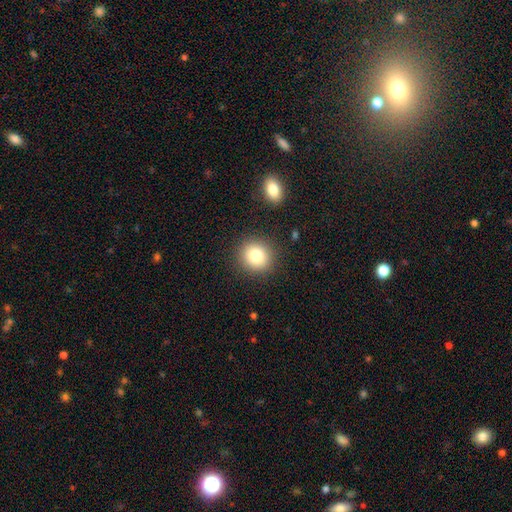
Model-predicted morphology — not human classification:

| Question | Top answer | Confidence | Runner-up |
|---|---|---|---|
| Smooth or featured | smooth | 80% | star or artifact (11%) |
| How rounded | round | 86% | in between (13%) |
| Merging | none | 89% | minor disturbance (7%) |